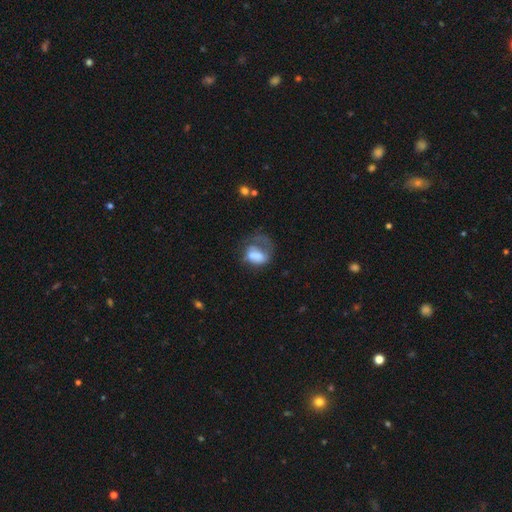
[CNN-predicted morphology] smooth 52%, featured or disk 38%, star or artifact 10%. Down the decision tree: how rounded — in between (69%); merging — major disturbance (54%).